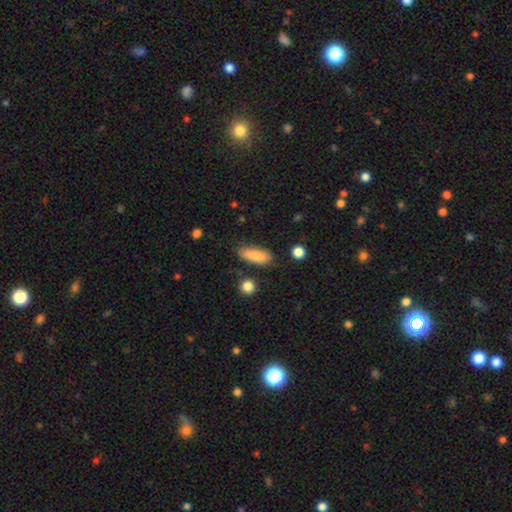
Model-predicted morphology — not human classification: Smooth or featured: smooth — 86% (featured or disk — 7%)
How rounded: in between — 67% (cigar-shaped — 31%)
Merging: none — 78% (minor disturbance — 15%)